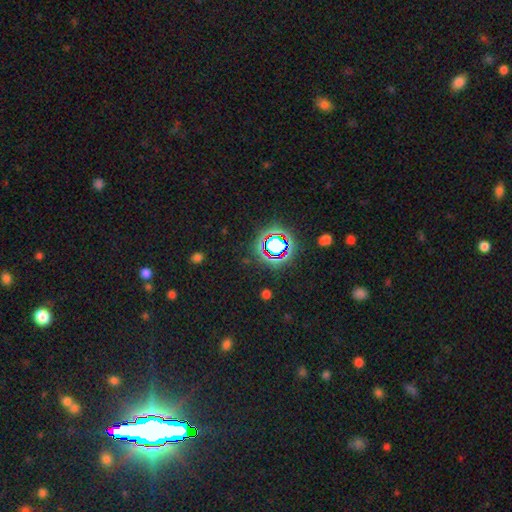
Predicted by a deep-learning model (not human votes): Q: Smooth or featured?
A: star or artifact (82%); runner-up: smooth (10%)